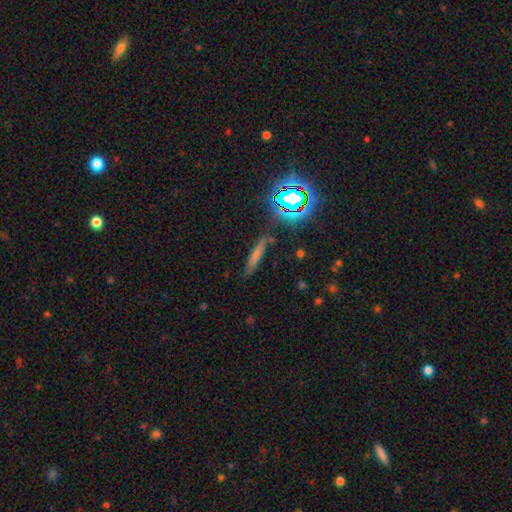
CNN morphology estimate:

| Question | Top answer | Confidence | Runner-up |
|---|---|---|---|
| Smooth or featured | smooth | 54% | featured or disk (24%) |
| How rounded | cigar-shaped | 85% | in between (11%) |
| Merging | none | 78% | minor disturbance (15%) |